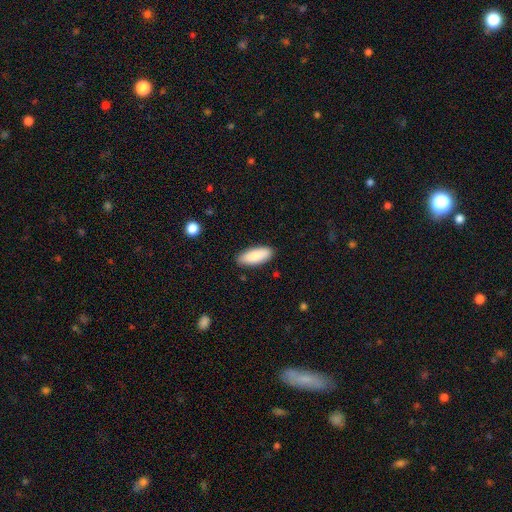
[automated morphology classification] This is clearly a smooth galaxy (87%). How rounded: likely in between (77%). Merging: clearly none (88%).